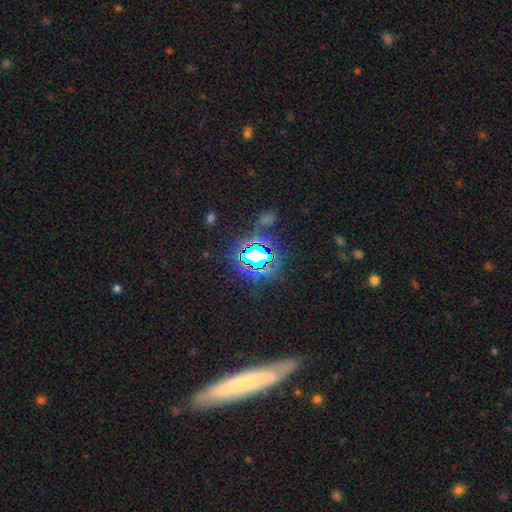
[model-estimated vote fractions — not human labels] smooth_or_featured: star or artifact (p=0.72) [alt: smooth p=0.17]